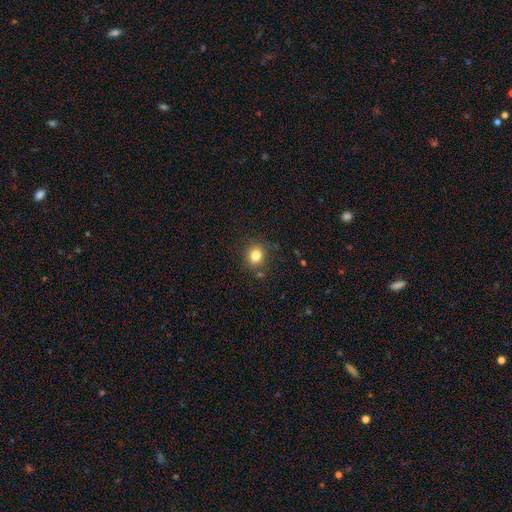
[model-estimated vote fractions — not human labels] This is clearly a smooth galaxy (81%). How rounded: likely round (78%). Merging: clearly none (85%).